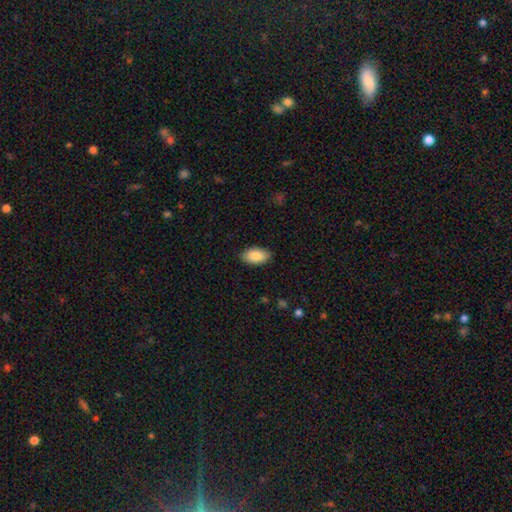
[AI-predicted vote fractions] Q: Smooth or featured?
A: smooth (85%); runner-up: featured or disk (9%)
Q: How rounded?
A: in between (94%); runner-up: round (3%)
Q: Merging?
A: none (88%); runner-up: minor disturbance (9%)